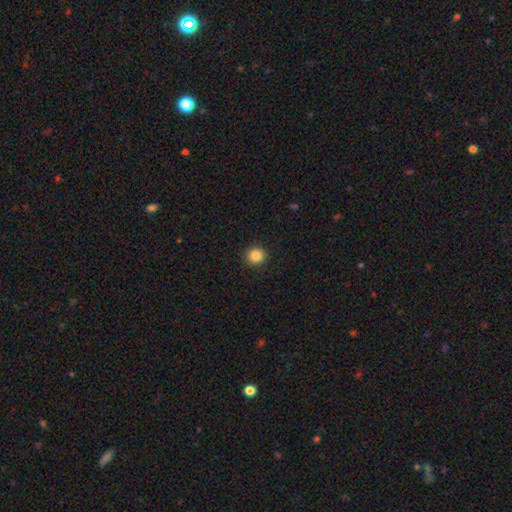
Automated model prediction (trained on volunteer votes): A smooth galaxy with no disk features (86%) that is round (92%). Merging: none (92%).